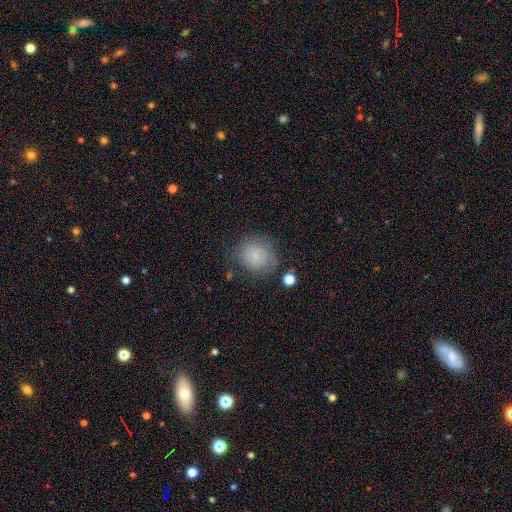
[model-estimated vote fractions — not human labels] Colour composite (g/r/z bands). It shows a smooth galaxy with no disk features (73%) that is round (75%). Merging: none (69%).